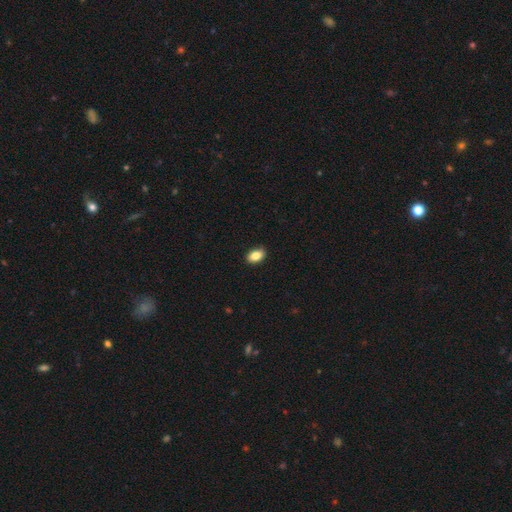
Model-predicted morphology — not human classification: Smooth or featured?
  - smooth: 85% *
  - star or artifact: 8%
  - featured or disk: 7%
How rounded?
  - in between: 89% *
  - round: 9%
  - cigar-shaped: 2%
Merging?
  - none: 89% *
  - minor disturbance: 9%
  - major disturbance: 2%
  - merger: 1%